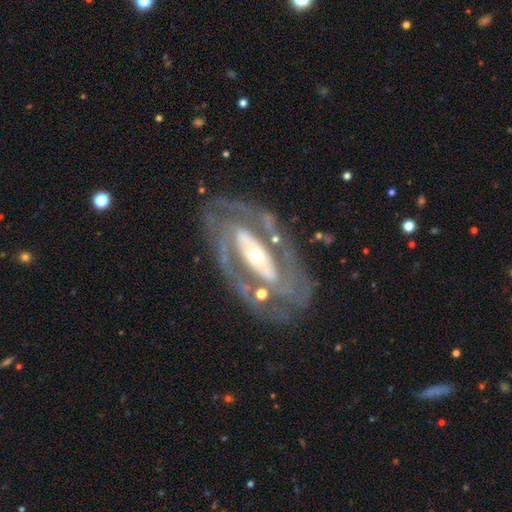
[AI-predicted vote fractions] Q: Smooth or featured?
A: featured or disk (87%); runner-up: smooth (8%)
Q: Edge-on disk?
A: no (92%); runner-up: yes (8%)
Q: Bar?
A: strong (43%); runner-up: no (35%)
Q: Spiral arms?
A: yes (84%); runner-up: no (16%)
Q: Spiral winding?
A: tight (55%); runner-up: medium (34%)
Q: Spiral arm count?
A: 2 (75%); runner-up: can't tell (13%)
Q: Bulge size?
A: moderate (46%); runner-up: small (44%)
Q: Merging?
A: none (75%); runner-up: minor disturbance (14%)